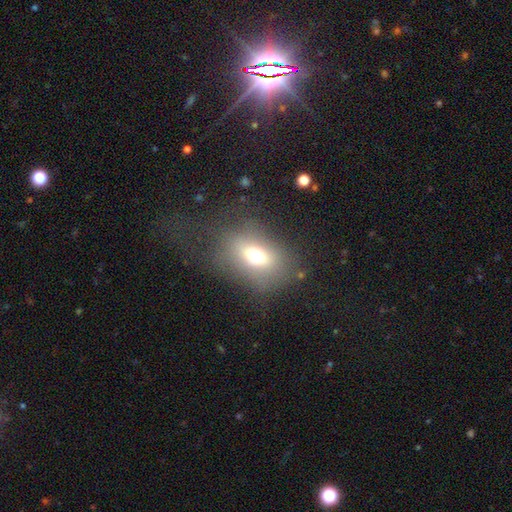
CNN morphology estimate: smooth 63%, featured or disk 20%, star or artifact 17%. Down the decision tree: how rounded — in between (61%); merging — none (68%).